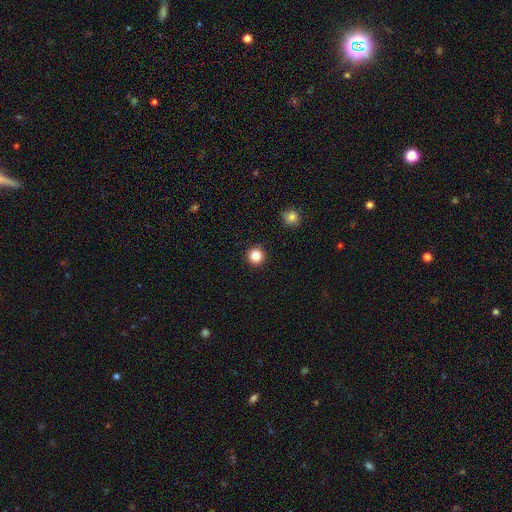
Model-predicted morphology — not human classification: The model was most divided on "smooth or featured": smooth: 85%, star or artifact: 11%, featured or disk: 4%. More confident: how rounded — round (96%); merging — none (92%).